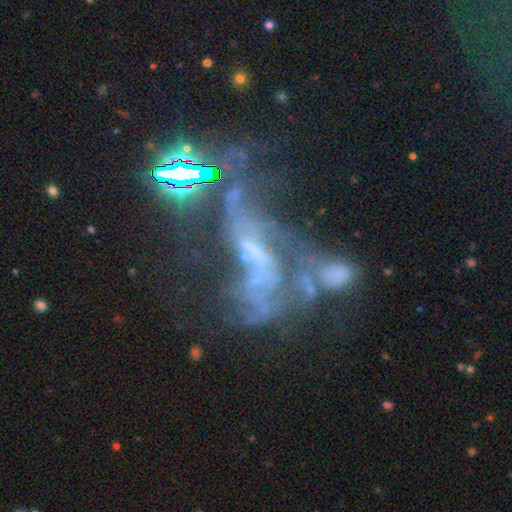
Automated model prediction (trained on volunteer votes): featured or disk 62%, star or artifact 26%, smooth 12%. Down the decision tree: edge-on disk — no (88%); bar — no (61%); spiral arms — no (55%); bulge size — none (46%); merging — merger (42%).